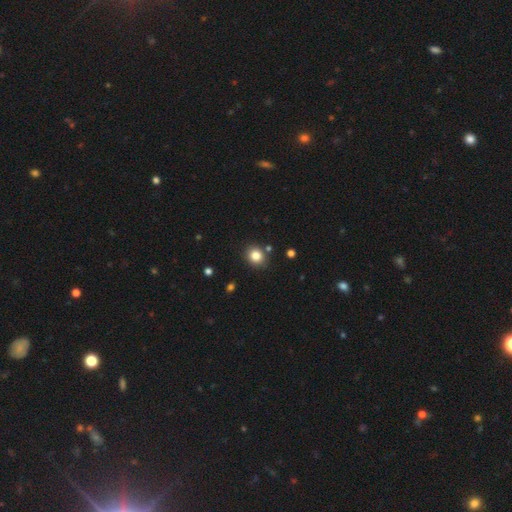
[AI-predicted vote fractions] smooth 83%, star or artifact 11%, featured or disk 6%. Down the decision tree: how rounded — round (72%); merging — none (84%).